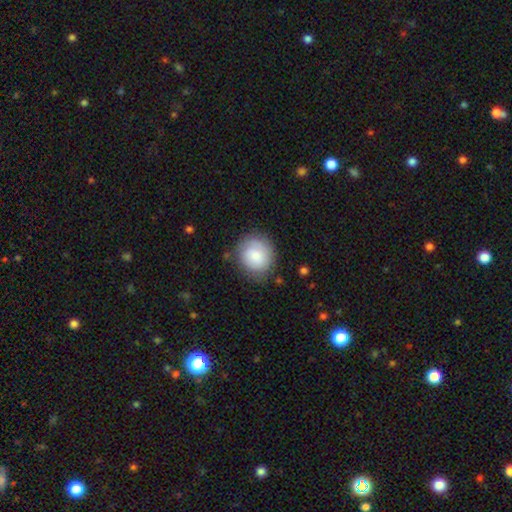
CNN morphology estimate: A smooth galaxy with no disk features (78%) that is round (84%). Merging: none (75%).